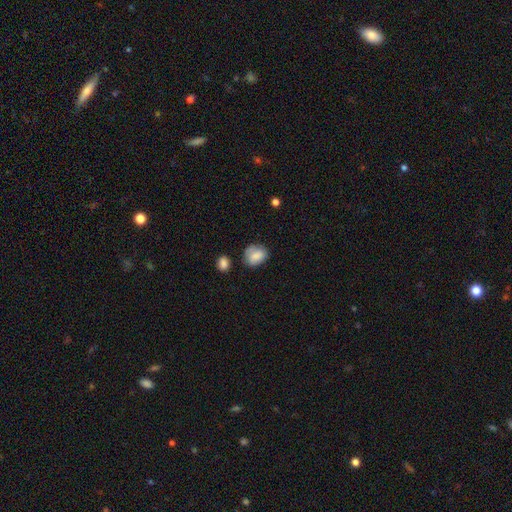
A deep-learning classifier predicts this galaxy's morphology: A smooth galaxy with no disk features (80%) that is in between round and cigar-shaped (54%). Merging: none (59%).